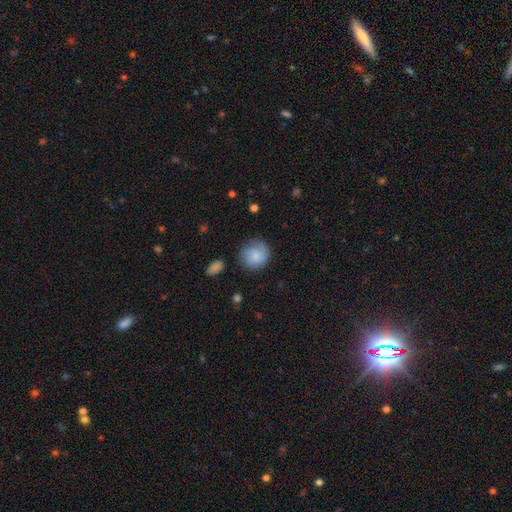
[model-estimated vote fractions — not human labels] smooth 75%, featured or disk 18%, star or artifact 7%. Down the decision tree: how rounded — round (84%); merging — none (70%).